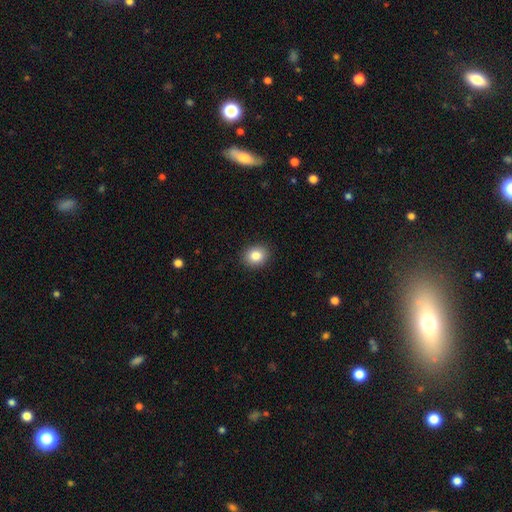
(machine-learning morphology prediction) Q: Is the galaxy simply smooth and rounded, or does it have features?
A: smooth — 85%.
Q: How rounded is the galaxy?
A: round — 67%.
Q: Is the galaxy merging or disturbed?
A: none — 91%.